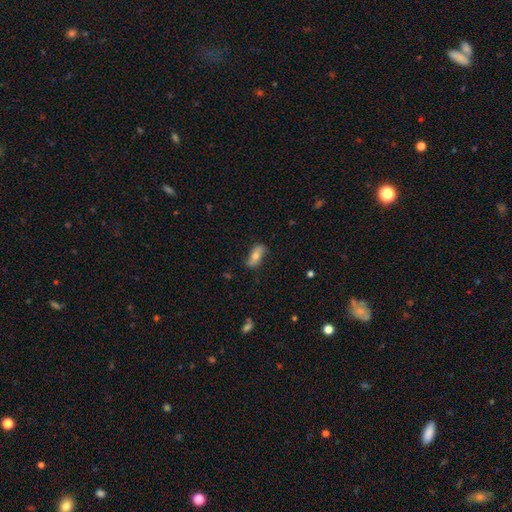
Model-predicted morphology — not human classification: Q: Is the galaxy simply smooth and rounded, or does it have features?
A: smooth — 63%.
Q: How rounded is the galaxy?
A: in between — 77%.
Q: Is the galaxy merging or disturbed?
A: none — 79%.